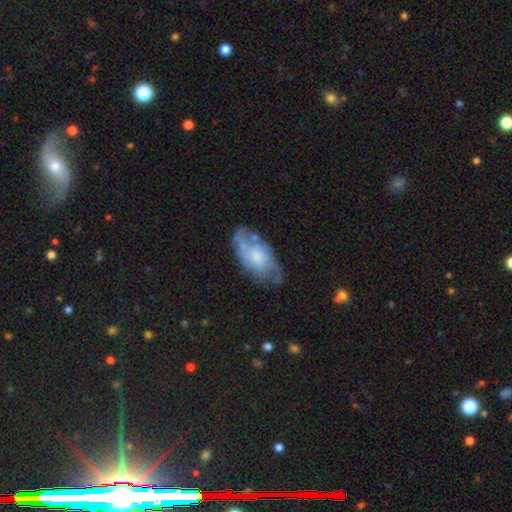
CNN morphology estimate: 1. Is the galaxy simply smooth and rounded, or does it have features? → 64% featured or disk, 30% smooth, 7% star or artifact.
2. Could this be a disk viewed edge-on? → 92% no, 8% yes.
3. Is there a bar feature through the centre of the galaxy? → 70% no, 26% weak, 4% strong.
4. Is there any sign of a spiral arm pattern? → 78% yes, 22% no.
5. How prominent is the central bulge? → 40% moderate, 33% small, 13% none, 12% large, 2% dominant.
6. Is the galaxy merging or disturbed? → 60% none, 25% minor disturbance, 12% major disturbance, 3% merger.